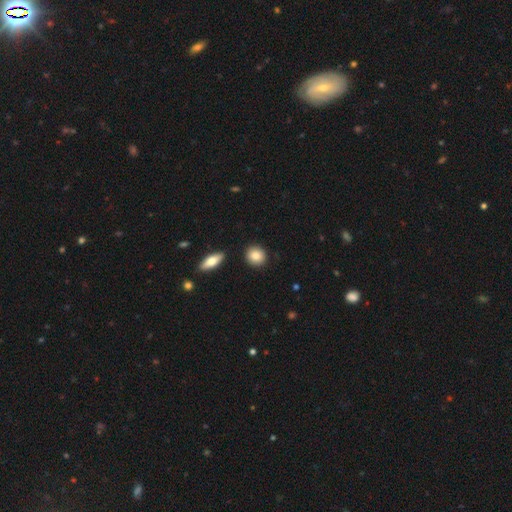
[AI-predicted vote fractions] smooth_or_featured: smooth (p=0.85) [alt: featured or disk p=0.08]
how_rounded: round (p=0.79) [alt: in between p=0.19]
merging: none (p=0.89) [alt: minor disturbance p=0.06]